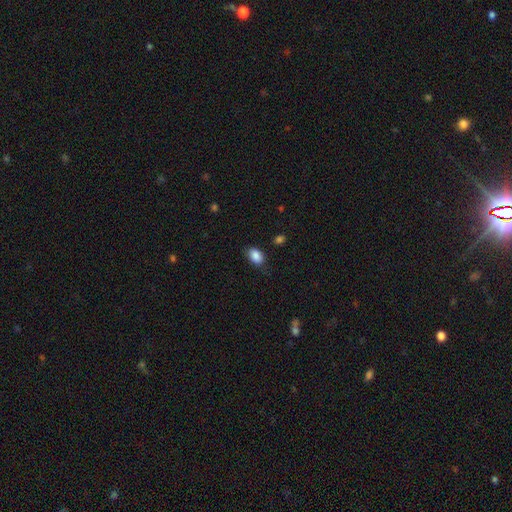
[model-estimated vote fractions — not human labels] This is clearly a smooth galaxy (88%). How rounded: clearly in between (87%). Merging: likely none (78%).